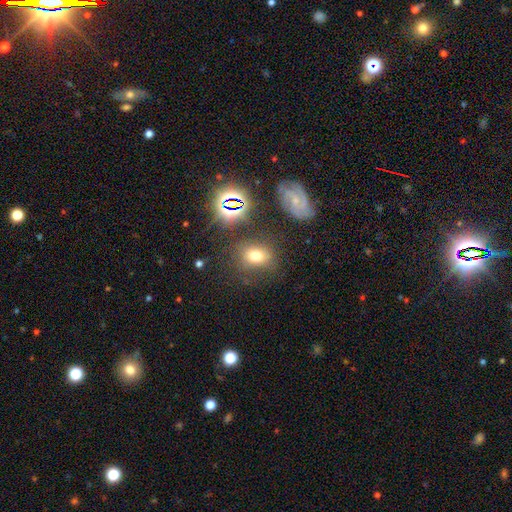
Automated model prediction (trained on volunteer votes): This appears to be a smooth galaxy with no disk features (63%) that is in between round and cigar-shaped (58%). Merging: none (72%).